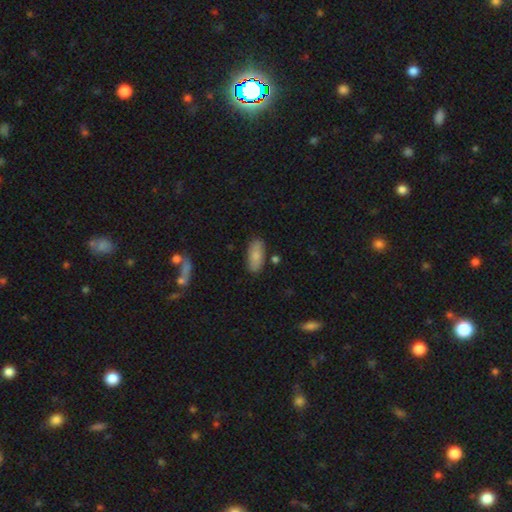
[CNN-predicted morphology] Overall: smooth (82%). How rounded: in between (84%). Merging: none (81%).